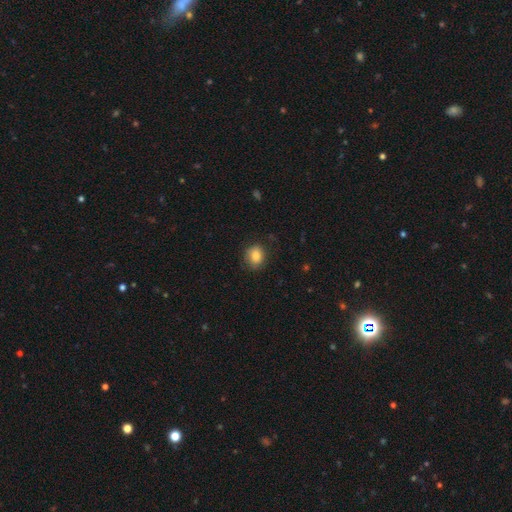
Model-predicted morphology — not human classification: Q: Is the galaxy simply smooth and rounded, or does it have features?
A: smooth — 85%.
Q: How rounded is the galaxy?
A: round — 57%.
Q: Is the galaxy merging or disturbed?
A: none — 79%.